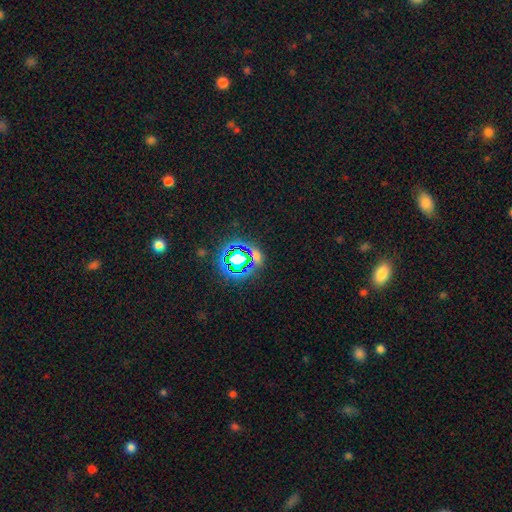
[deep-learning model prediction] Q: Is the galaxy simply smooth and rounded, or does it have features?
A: star or artifact — 63%.